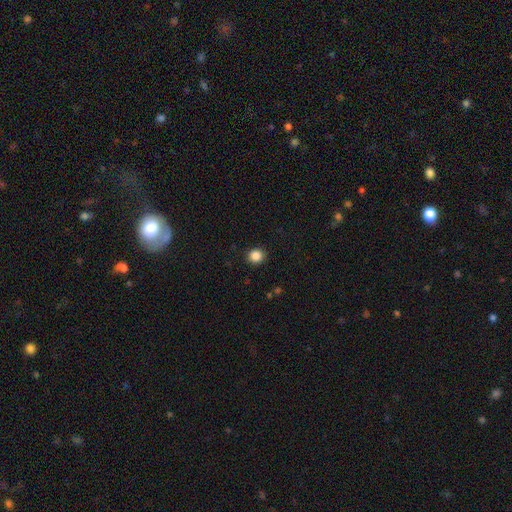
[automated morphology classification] Overall: smooth (86%). How rounded: round (88%). Merging: none (92%).